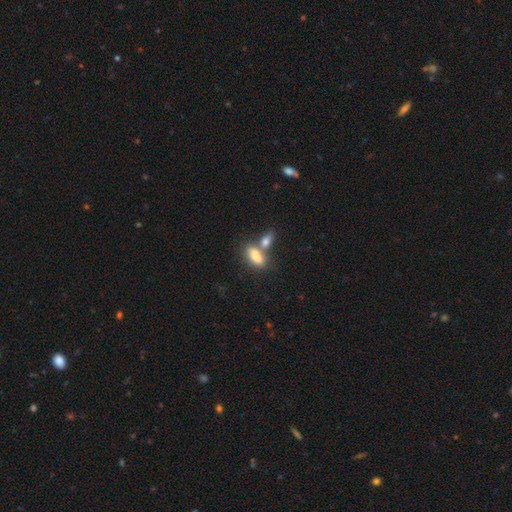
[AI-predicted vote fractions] smooth 79%, featured or disk 14%, star or artifact 7%. Down the decision tree: how rounded — in between (79%); merging — merger (45%).